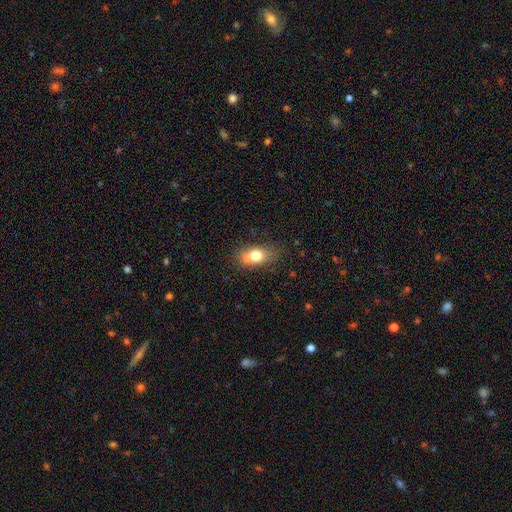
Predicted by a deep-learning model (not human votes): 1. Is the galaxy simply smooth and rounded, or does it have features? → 71% smooth, 20% featured or disk, 9% star or artifact.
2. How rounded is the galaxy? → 75% in between, 21% round, 4% cigar-shaped.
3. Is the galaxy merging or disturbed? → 52% none, 22% merger, 20% minor disturbance, 6% major disturbance.